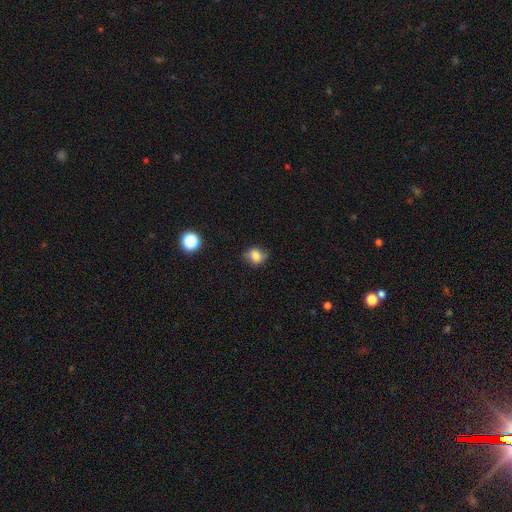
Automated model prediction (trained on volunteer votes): Smooth or featured: smooth — 80% (star or artifact — 11%)
How rounded: round — 60% (in between — 39%)
Merging: none — 74% (minor disturbance — 20%)